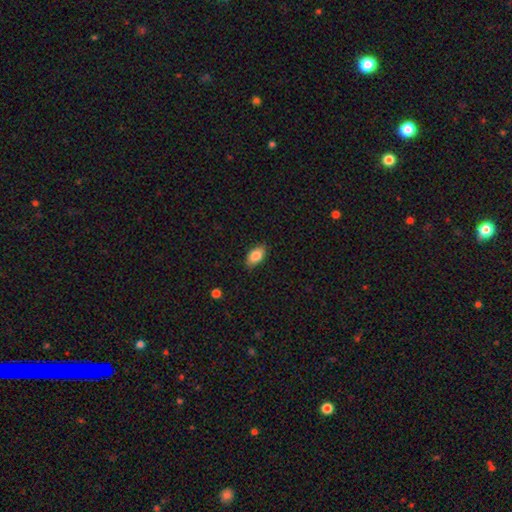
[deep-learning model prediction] Smooth or featured?
  - smooth: 85% *
  - featured or disk: 8%
  - star or artifact: 7%
How rounded?
  - in between: 91% *
  - round: 5%
  - cigar-shaped: 3%
Merging?
  - none: 85% *
  - minor disturbance: 11%
  - major disturbance: 2%
  - merger: 1%